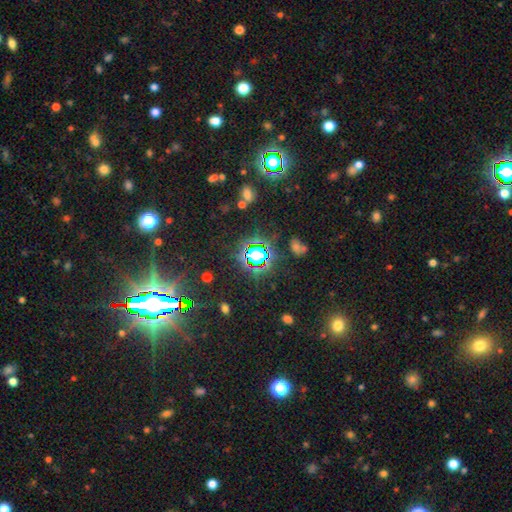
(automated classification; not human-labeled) Morphology: type=star or artifact (69%).